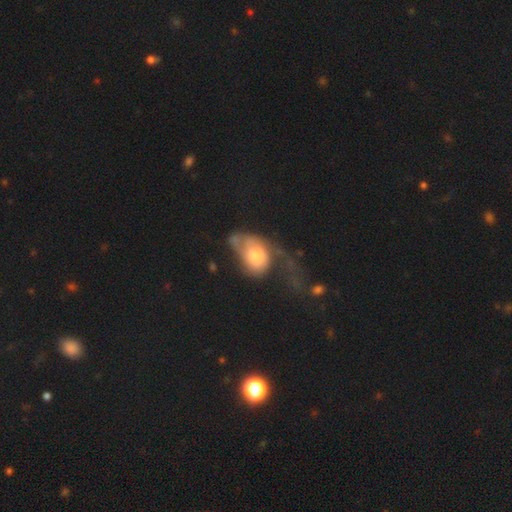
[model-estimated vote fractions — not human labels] This is possibly a smooth galaxy (51%). How rounded: likely in between (75%). Merging: likely major disturbance (61%).